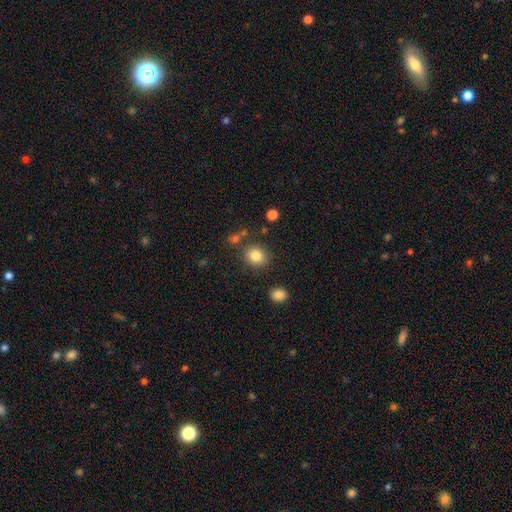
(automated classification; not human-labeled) smooth_or_featured: smooth (p=0.83) [alt: star or artifact p=0.11]
how_rounded: round (p=0.83) [alt: in between p=0.16]
merging: none (p=0.82) [alt: minor disturbance p=0.09]